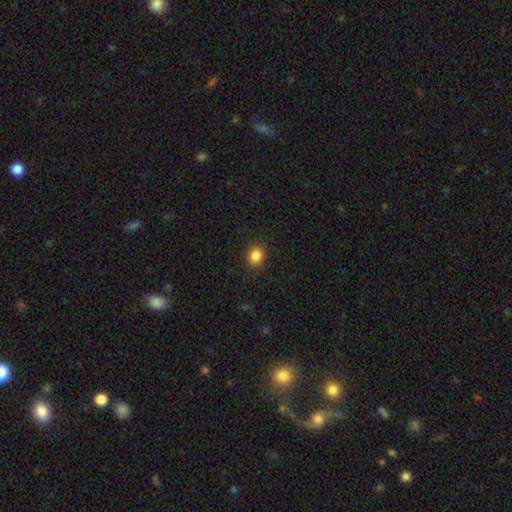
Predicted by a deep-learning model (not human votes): Smooth or featured? Predicted: smooth (p=0.86). How rounded? Predicted: round (p=0.64). Merging? Predicted: none (p=0.89).